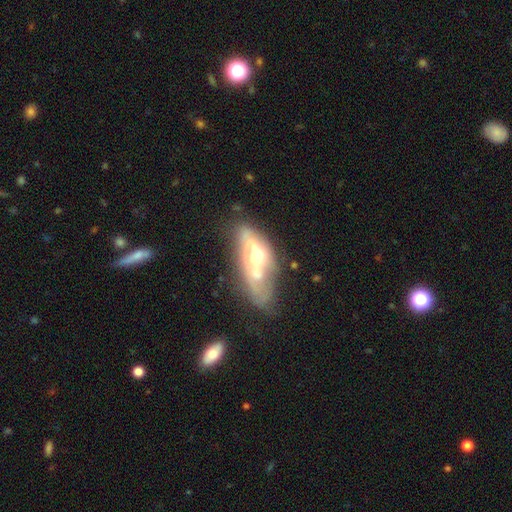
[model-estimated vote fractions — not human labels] featured or disk 61%, smooth 31%, star or artifact 8%. Down the decision tree: edge-on disk — no (79%); merging — none (32%).